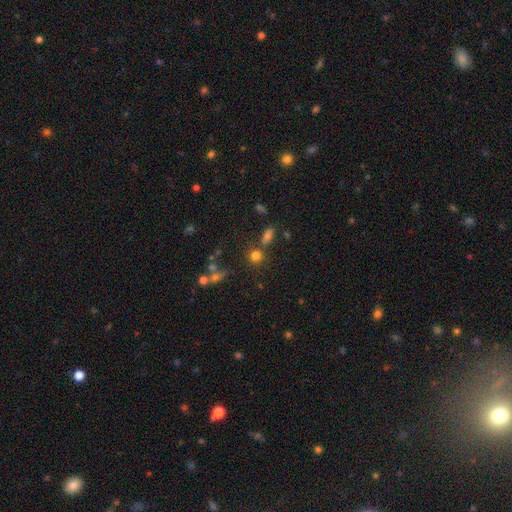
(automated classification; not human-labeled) Overall: smooth (76%). How rounded: round (81%). Merging: none (64%).